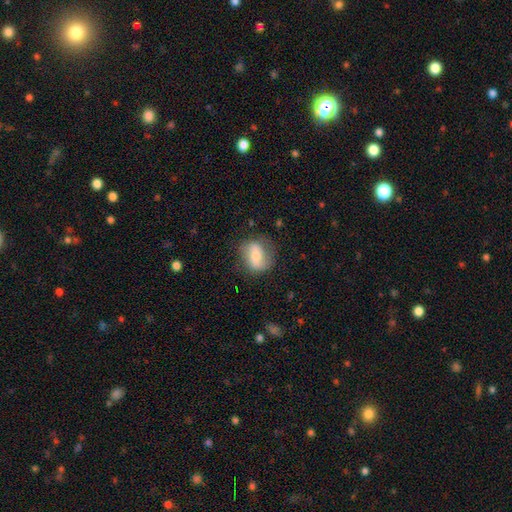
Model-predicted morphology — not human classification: Smooth or featured?
  - featured or disk: 47% *
  - smooth: 45%
  - star or artifact: 8%
Merging?
  - none: 70% *
  - minor disturbance: 20%
  - major disturbance: 8%
  - merger: 2%